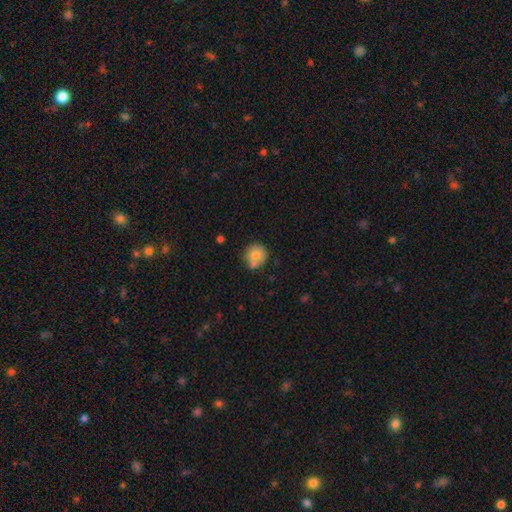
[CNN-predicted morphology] smooth-or-featured: smooth: 78% | featured or disk: 13% | star or artifact: 9%
  how-rounded: round: 90% | in between: 9% | cigar-shaped: 1%
  merging: none: 63% | merger: 17% | minor disturbance: 15% | major disturbance: 4%